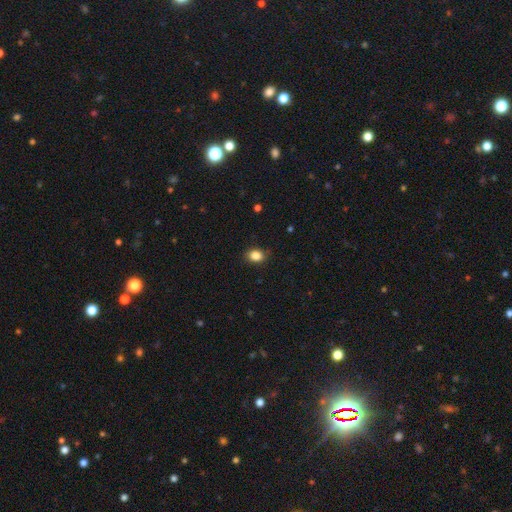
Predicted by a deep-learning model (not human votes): Morphology: type=smooth (86%); roundness=in between (58%); merging=none (85%).